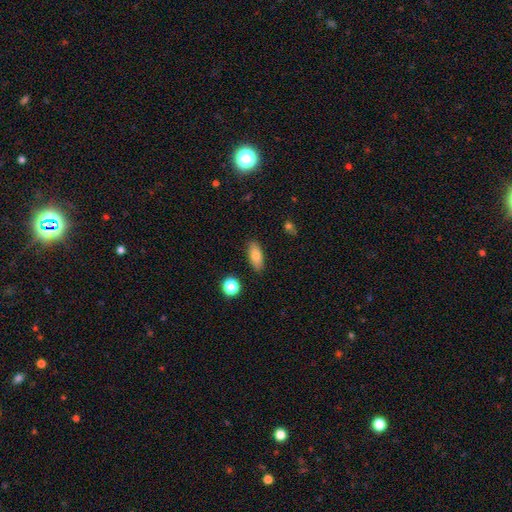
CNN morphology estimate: Overall: smooth (80%). How rounded: in between (80%). Merging: none (87%).